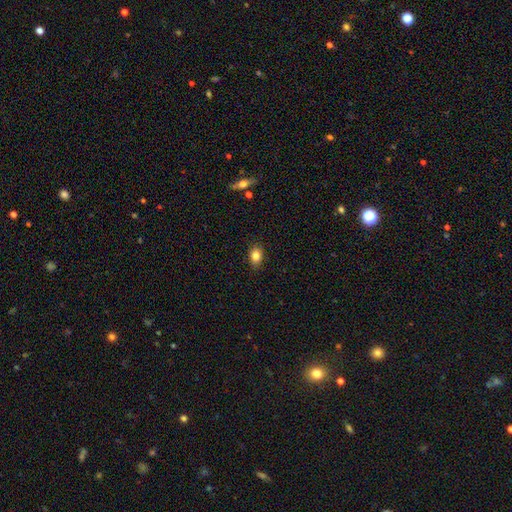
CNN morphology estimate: This appears to be a smooth galaxy with no disk features (83%) that is in between round and cigar-shaped (76%). Merging: none (87%).